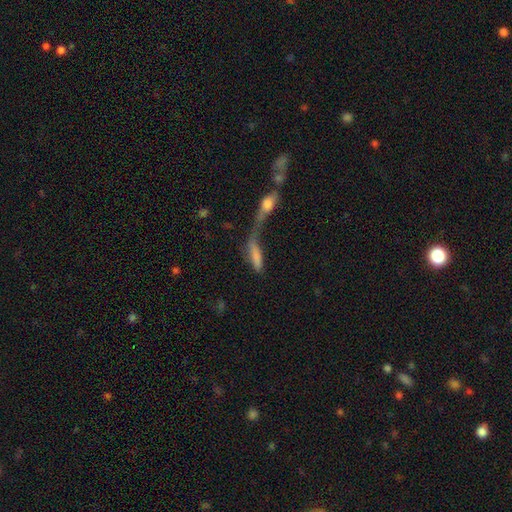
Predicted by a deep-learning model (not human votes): Morphology: type=smooth (72%); roundness=cigar-shaped (60%); merging=merger (71%).